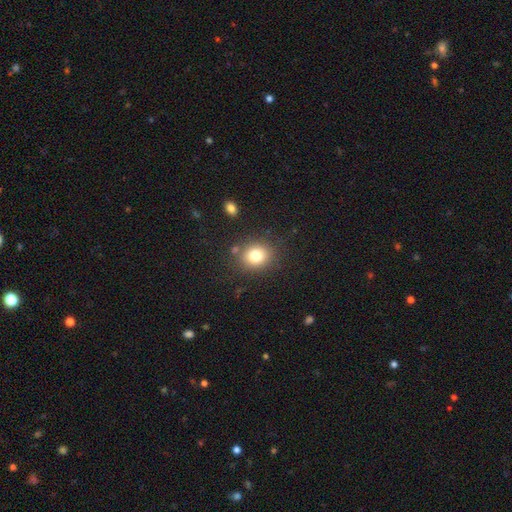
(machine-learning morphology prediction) The model was most divided on "how rounded": round: 69%, in between: 30%, cigar-shaped: 1%. More confident: merging — none (82%); smooth or featured — smooth (79%).